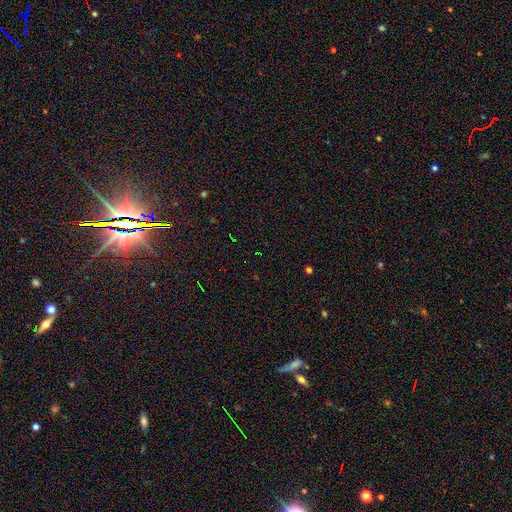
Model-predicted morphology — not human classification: Smooth or featured: star or artifact — 73% (smooth — 19%)